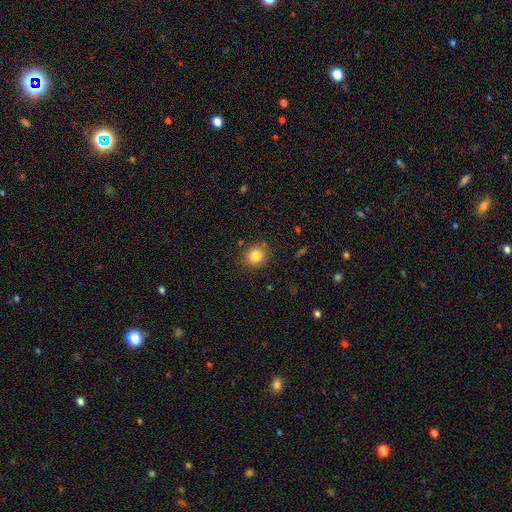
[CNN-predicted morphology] smooth-or-featured: smooth: 82% | star or artifact: 11% | featured or disk: 7%
  how-rounded: round: 72% | in between: 27% | cigar-shaped: 1%
  merging: none: 84% | minor disturbance: 11% | major disturbance: 3% | merger: 2%